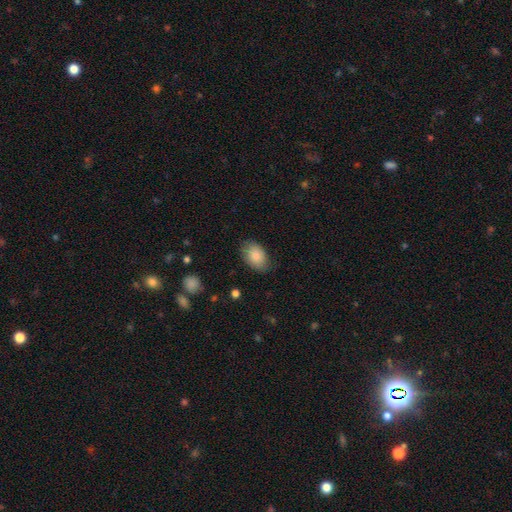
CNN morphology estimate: smooth_or_featured: smooth (p=0.86) [alt: featured or disk p=0.07]
how_rounded: in between (p=0.87) [alt: round p=0.11]
merging: none (p=0.78) [alt: minor disturbance p=0.17]